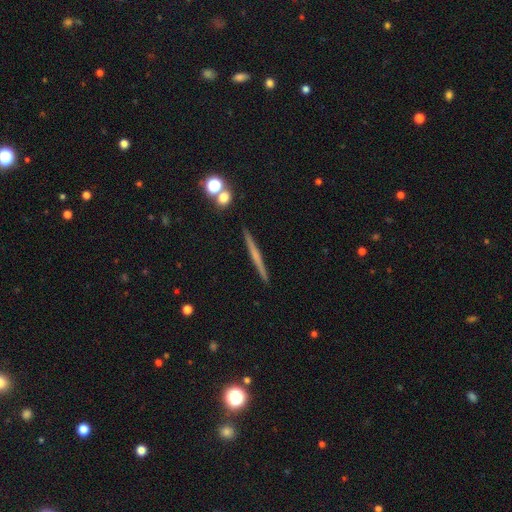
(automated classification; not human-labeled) Morphology: type=featured or disk (57%); edge-on=yes (98%); edge-on bulge=none (70%); merging=none (92%).